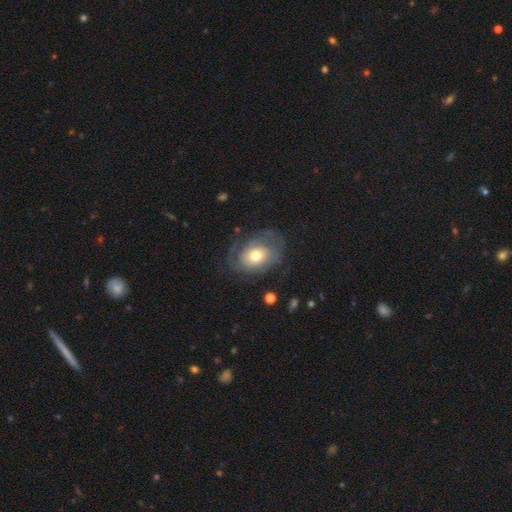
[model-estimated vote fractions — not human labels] This is possibly a smooth galaxy (47%). Merging: possibly none (56%).